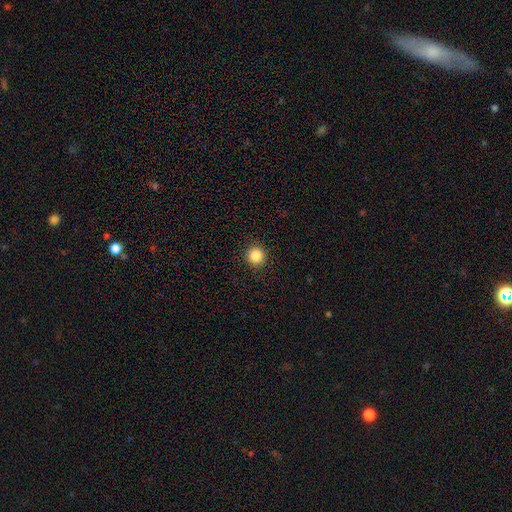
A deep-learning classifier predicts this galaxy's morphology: Smooth or featured: smooth — 86% (star or artifact — 10%)
How rounded: round — 94% (in between — 5%)
Merging: none — 92% (minor disturbance — 5%)